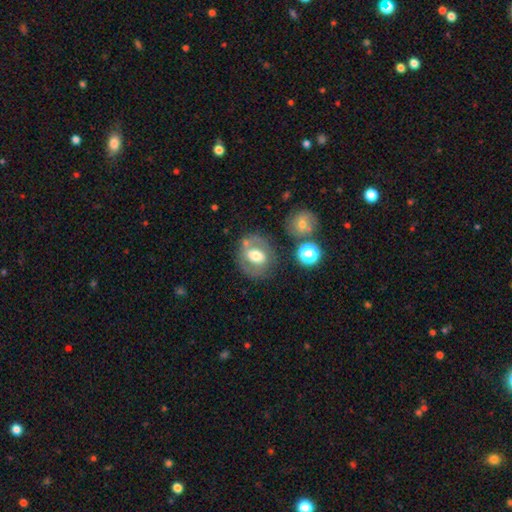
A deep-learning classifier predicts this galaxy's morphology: Smooth or featured: smooth — 50% (featured or disk — 42%)
Merging: none — 66% (minor disturbance — 16%)